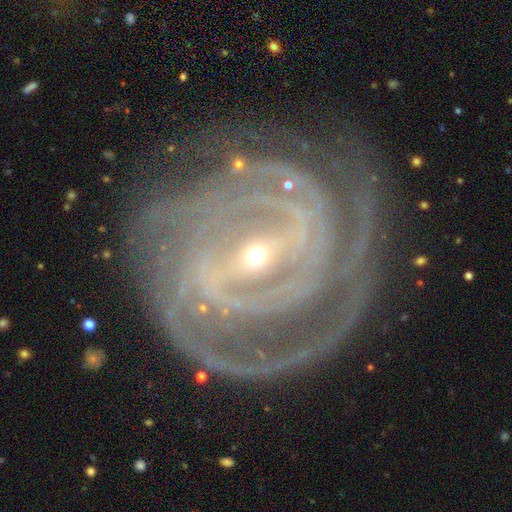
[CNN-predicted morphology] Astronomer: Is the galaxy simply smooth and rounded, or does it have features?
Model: featured or disk — 89%.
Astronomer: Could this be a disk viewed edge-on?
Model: no — 95%.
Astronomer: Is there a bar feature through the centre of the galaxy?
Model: strong — 61%.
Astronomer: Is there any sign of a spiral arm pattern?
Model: yes — 97%.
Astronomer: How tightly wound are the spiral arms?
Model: tight — 80%.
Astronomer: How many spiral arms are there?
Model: can't tell — 24% (runner-up: 2, 21%).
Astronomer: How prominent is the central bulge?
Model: small — 73%.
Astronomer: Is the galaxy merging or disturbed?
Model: none — 77%.